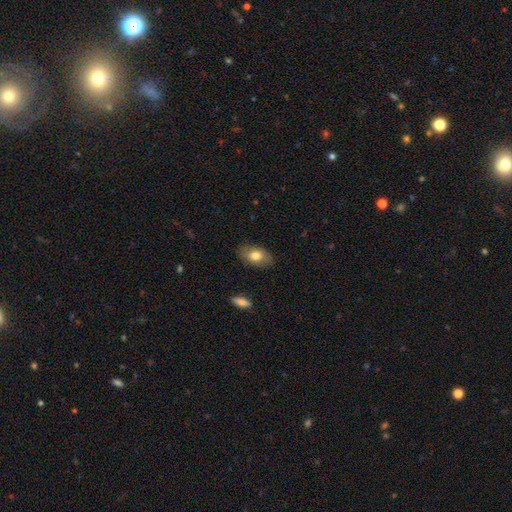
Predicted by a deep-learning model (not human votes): Smooth or featured? smooth (75%)
How rounded? in between (90%)
Merging? none (82%)